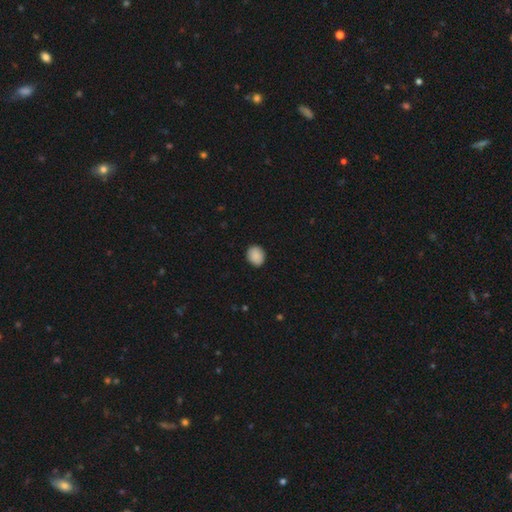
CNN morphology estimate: Q: Smooth or featured?
A: smooth (89%); runner-up: star or artifact (7%)
Q: How rounded?
A: round (64%); runner-up: in between (35%)
Q: Merging?
A: none (89%); runner-up: minor disturbance (8%)